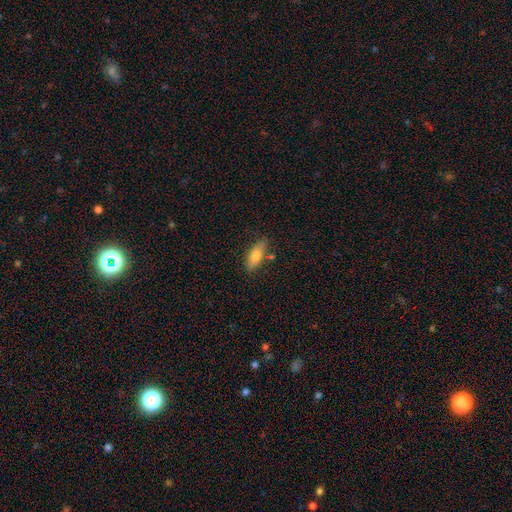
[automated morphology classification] A smooth galaxy with no disk features (74%) that is in between round and cigar-shaped (72%). Merging: none (77%).